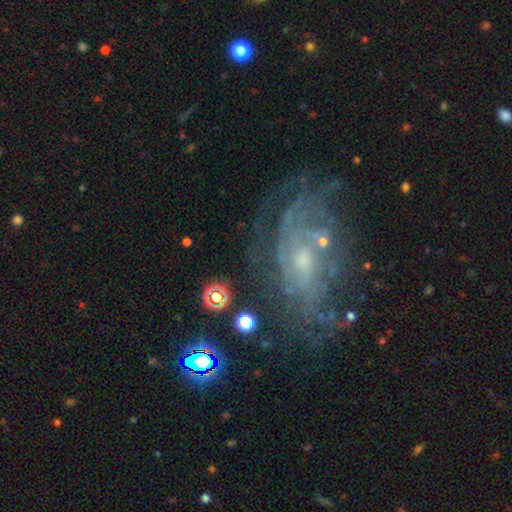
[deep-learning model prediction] Smooth or featured?
  - featured or disk: 79% *
  - star or artifact: 11%
  - smooth: 10%
Edge-on disk?
  - no: 95% *
  - yes: 5%
Bar?
  - no: 65% *
  - weak: 29%
  - strong: 6%
Spiral arms?
  - yes: 84% *
  - no: 16%
Spiral winding?
  - tight: 58% *
  - medium: 30%
  - loose: 11%
Spiral arm count?
  - can't tell: 54% *
  - 2: 14%
  - 3: 10%
  - 4: 9%
  - more than 4: 6%
  - 1: 6%
Bulge size?
  - small: 61% *
  - moderate: 29%
  - none: 7%
  - large: 2%
  - dominant: 1%
Merging?
  - none: 64% *
  - minor disturbance: 19%
  - major disturbance: 13%
  - merger: 4%